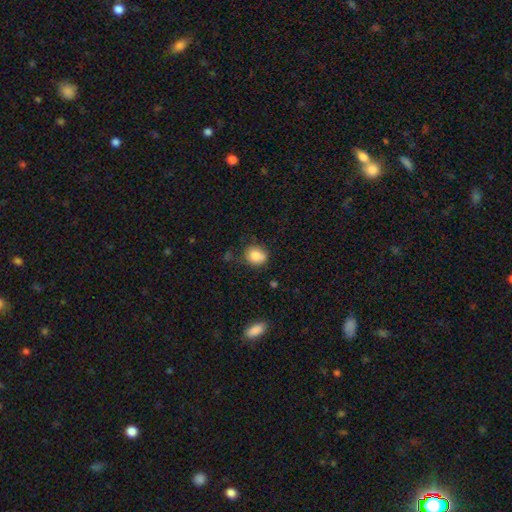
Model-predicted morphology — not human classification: Overall: smooth (83%). How rounded: round (62%; in between 37%). Merging: none (68%).